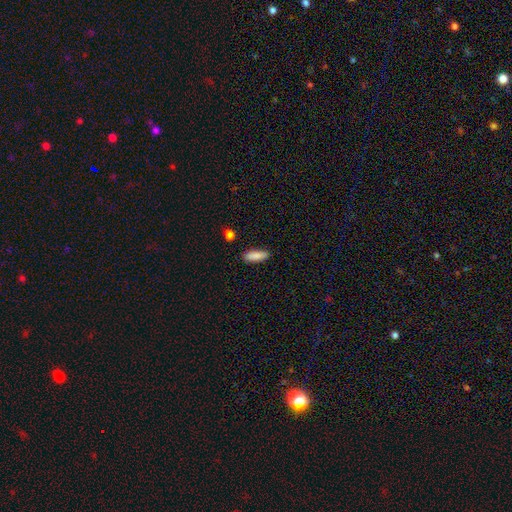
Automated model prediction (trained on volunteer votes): Smooth or featured? Predicted: smooth (p=0.87). How rounded? Predicted: in between (p=0.51). Merging? Predicted: none (p=0.85).